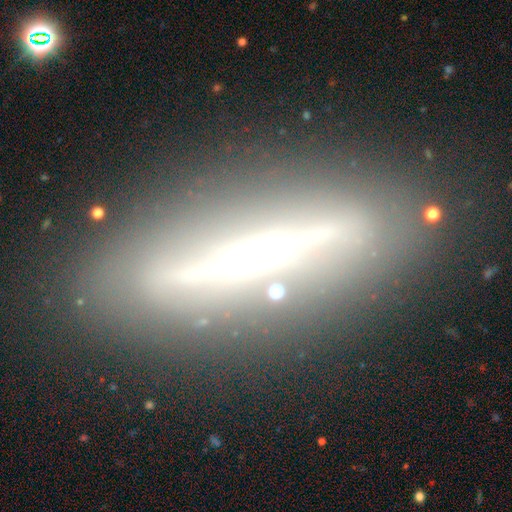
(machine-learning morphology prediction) featured or disk 76%, smooth 15%, star or artifact 9%. Down the decision tree: edge-on disk — yes (86%); edge-on bulge — rounded (67%); merging — none (84%).